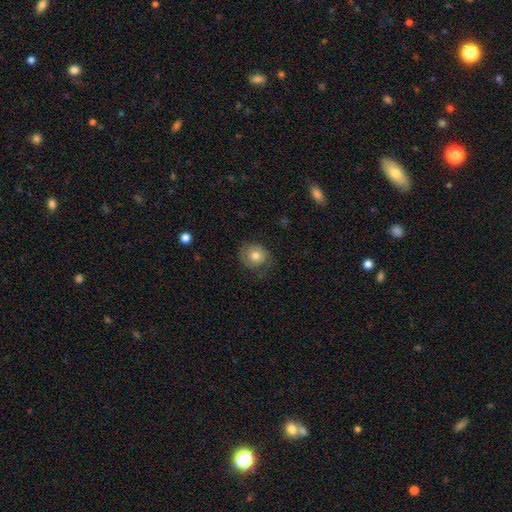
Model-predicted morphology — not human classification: Q: Smooth or featured?
A: smooth (68%); runner-up: featured or disk (23%)
Q: How rounded?
A: round (81%); runner-up: in between (18%)
Q: Merging?
A: none (67%); runner-up: minor disturbance (21%)